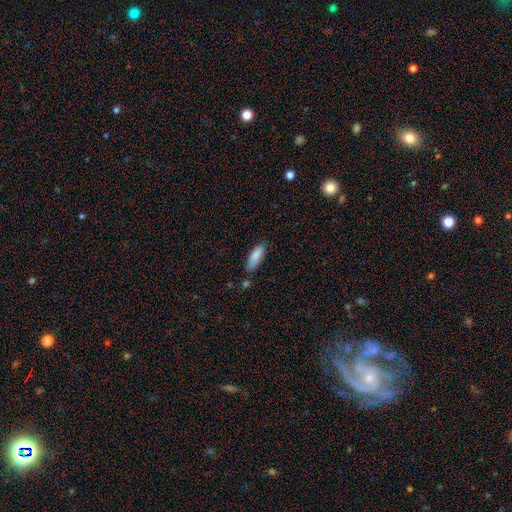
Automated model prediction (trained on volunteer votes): This is clearly a smooth galaxy (86%). How rounded: likely in between (65%). Merging: likely none (73%).